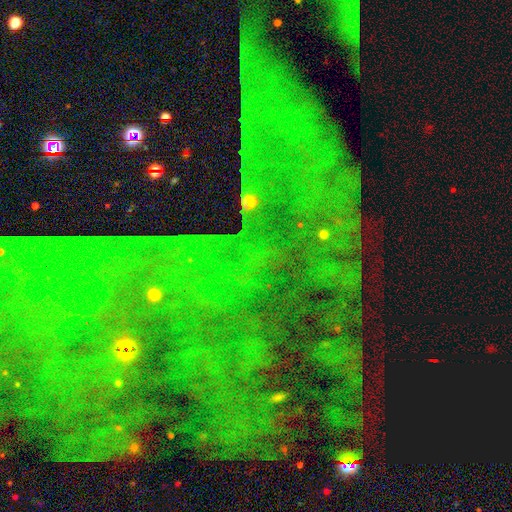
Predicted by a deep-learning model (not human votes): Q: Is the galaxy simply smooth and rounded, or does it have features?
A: star or artifact — 79%.